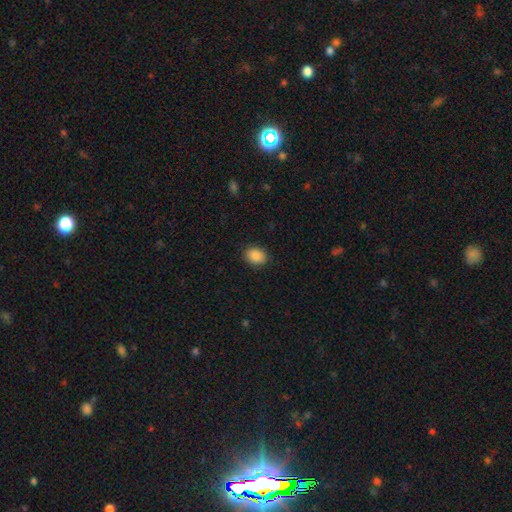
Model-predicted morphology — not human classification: Smooth or featured: smooth — 89% (star or artifact — 8%)
How rounded: in between — 62% (round — 37%)
Merging: none — 87% (minor disturbance — 9%)